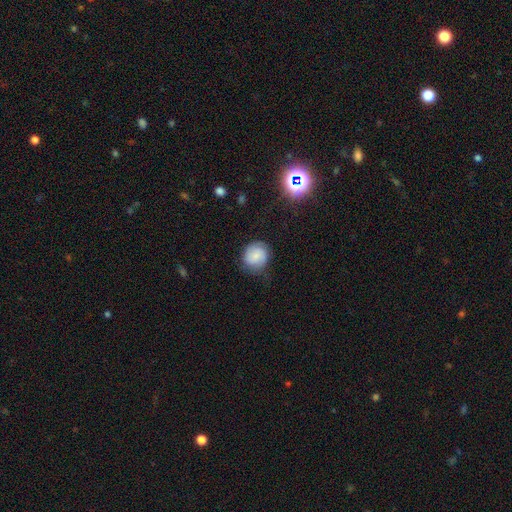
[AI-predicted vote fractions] A smooth galaxy with no disk features (62%) that is round (81%). Merging: none (71%).